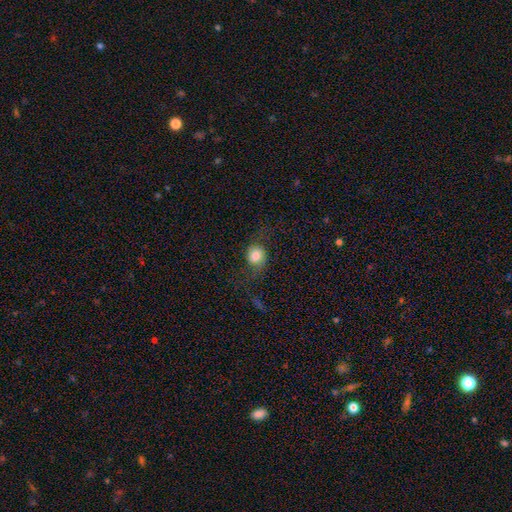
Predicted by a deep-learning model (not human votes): Smooth or featured? Predicted: smooth (p=0.69). How rounded? Predicted: round (p=0.70). Merging? Predicted: none (p=0.58).